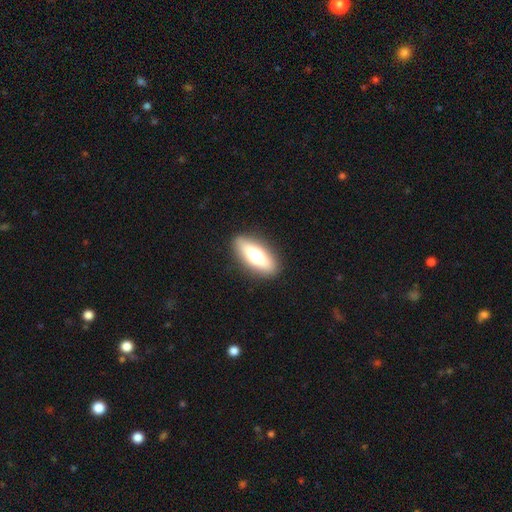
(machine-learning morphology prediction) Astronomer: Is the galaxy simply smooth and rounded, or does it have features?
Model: smooth — 61%.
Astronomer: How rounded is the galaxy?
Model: in between — 63%.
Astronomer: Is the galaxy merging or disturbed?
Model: none — 89%.